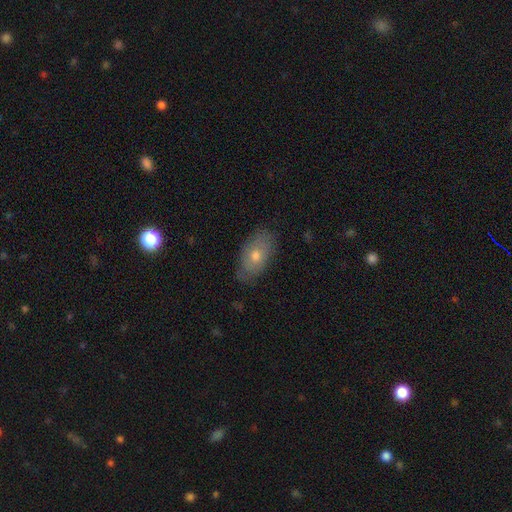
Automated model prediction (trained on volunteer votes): smooth-or-featured: smooth: 56% | featured or disk: 36% | star or artifact: 8%
  how-rounded: in between: 91% | round: 7% | cigar-shaped: 3%
  merging: none: 76% | minor disturbance: 19% | major disturbance: 4% | merger: 1%